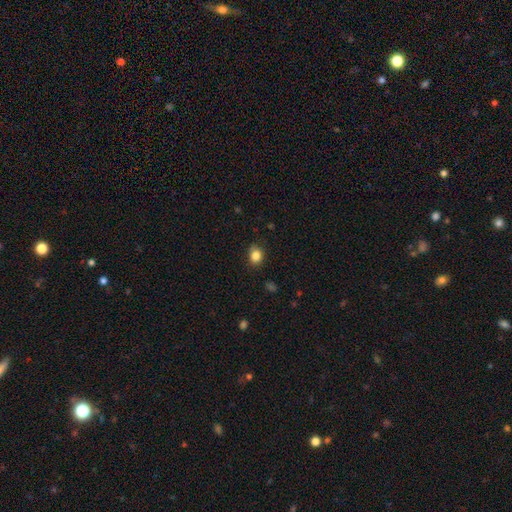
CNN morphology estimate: Overall: smooth (84%). How rounded: round (54%; in between 45%). Merging: none (81%).